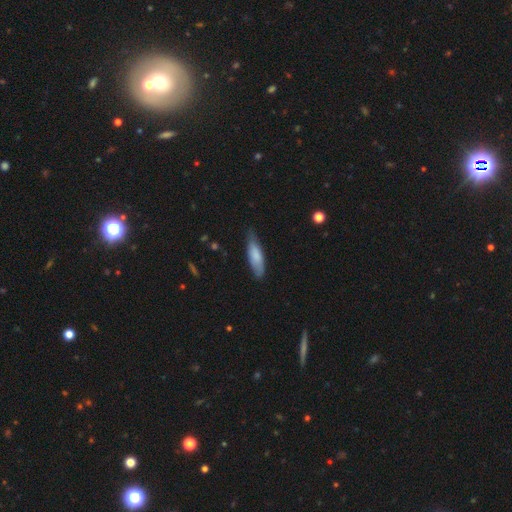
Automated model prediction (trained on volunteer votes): Morphology: type=smooth (77%); roundness=cigar-shaped (54%); merging=none (71%).